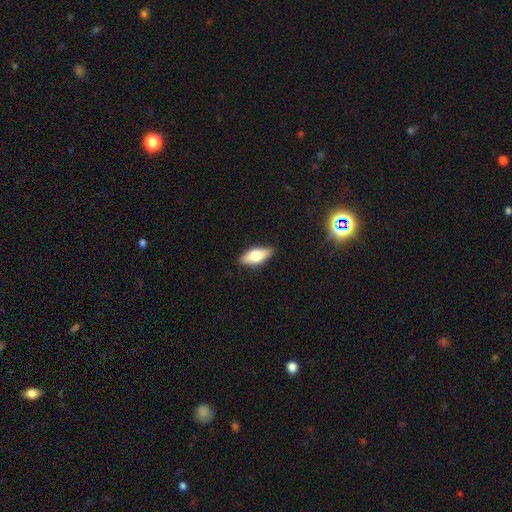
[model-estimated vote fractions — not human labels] smooth_or_featured: smooth (p=0.68) [alt: featured or disk p=0.26]
how_rounded: in between (p=0.77) [alt: cigar-shaped p=0.20]
merging: none (p=0.86) [alt: minor disturbance p=0.11]